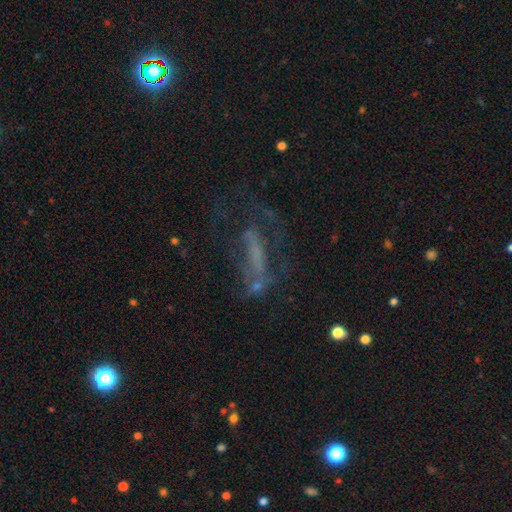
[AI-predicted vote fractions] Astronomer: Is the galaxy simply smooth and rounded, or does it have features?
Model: featured or disk — 49% (runner-up: star or artifact, 26%).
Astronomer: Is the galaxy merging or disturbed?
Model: major disturbance — 38% (runner-up: none, 37%).